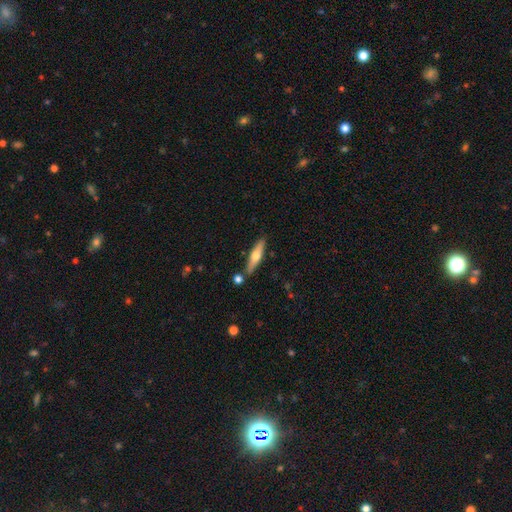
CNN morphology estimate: Q: Smooth or featured?
A: featured or disk (51%); runner-up: smooth (44%)
Q: Edge-on disk?
A: yes (93%); runner-up: no (7%)
Q: Merging?
A: none (82%); runner-up: minor disturbance (10%)